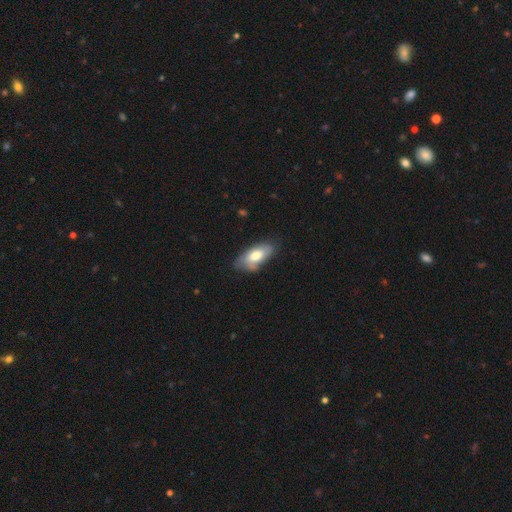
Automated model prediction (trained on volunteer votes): This is likely a smooth galaxy (68%). How rounded: clearly in between (88%). Merging: likely none (63%).